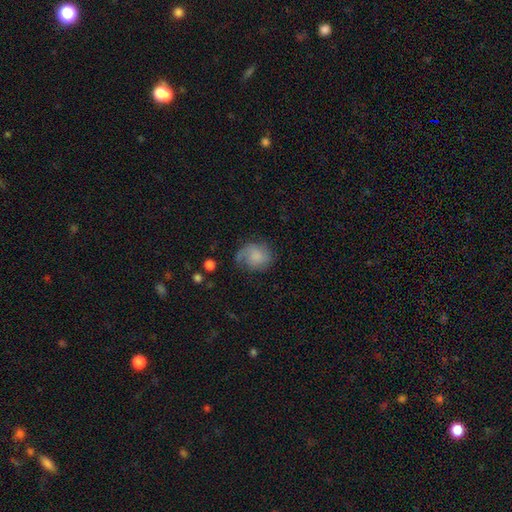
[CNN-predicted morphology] This appears to be a smooth galaxy with no disk features (57%) that is round (64%). Merging: none (51%).